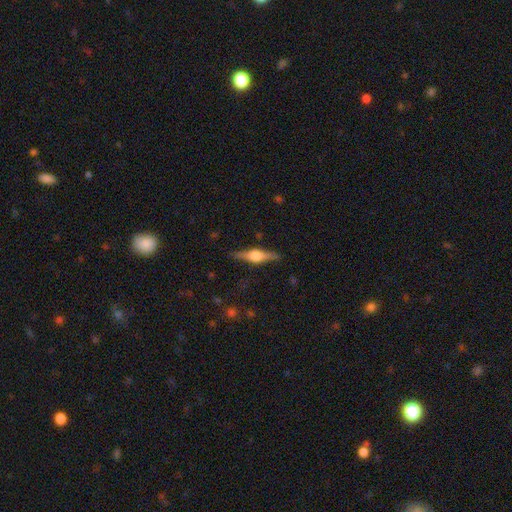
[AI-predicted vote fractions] The model was most divided on "smooth or featured": featured or disk: 73%, smooth: 21%, star or artifact: 6%. More confident: edge-on disk — yes (97%); edge-on bulge — rounded (92%); merging — none (88%).